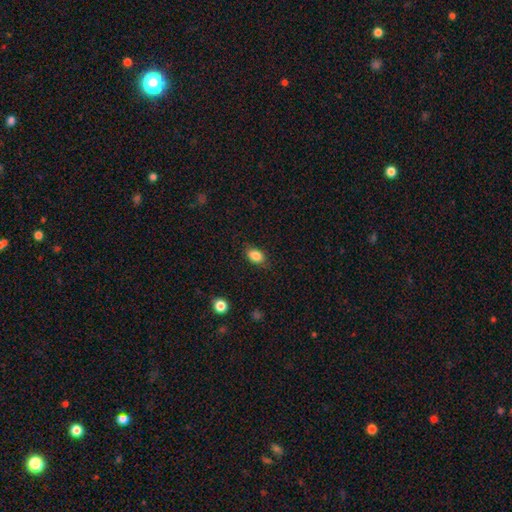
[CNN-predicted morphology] type=smooth (85%); roundness=in between (83%); merging=none (82%).